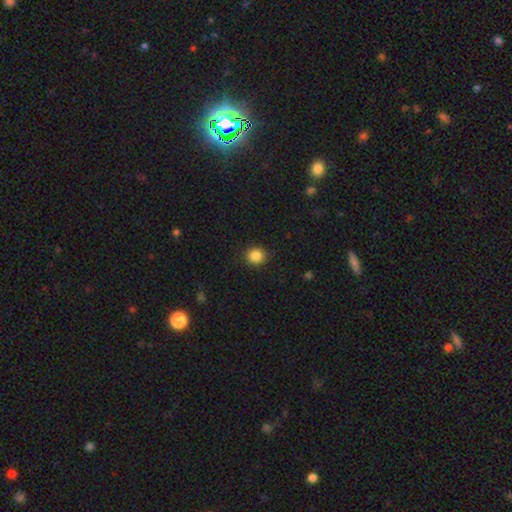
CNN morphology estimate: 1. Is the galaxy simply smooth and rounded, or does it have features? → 85% smooth, 11% star or artifact, 4% featured or disk.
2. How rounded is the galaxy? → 87% round, 12% in between, 1% cigar-shaped.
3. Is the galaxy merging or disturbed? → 90% none, 7% minor disturbance, 2% major disturbance, 1% merger.